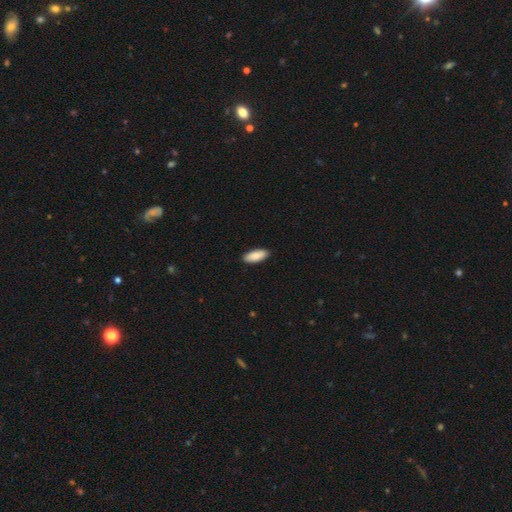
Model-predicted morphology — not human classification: Smooth or featured? Predicted: smooth (p=0.89). How rounded? Predicted: in between (p=0.80). Merging? Predicted: none (p=0.90).